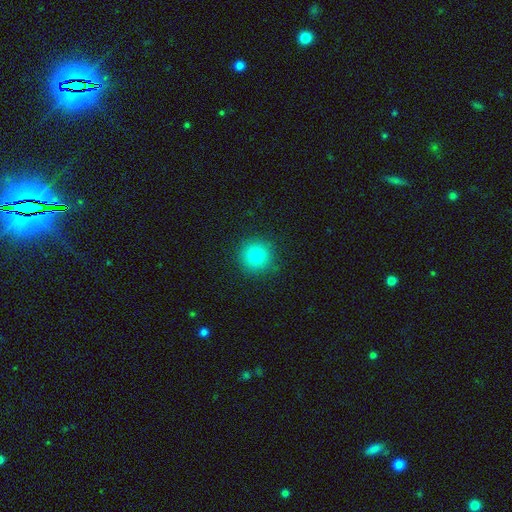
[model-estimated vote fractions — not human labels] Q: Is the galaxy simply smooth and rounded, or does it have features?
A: smooth — 80%.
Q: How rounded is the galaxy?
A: round — 95%.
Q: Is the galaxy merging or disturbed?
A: none — 90%.